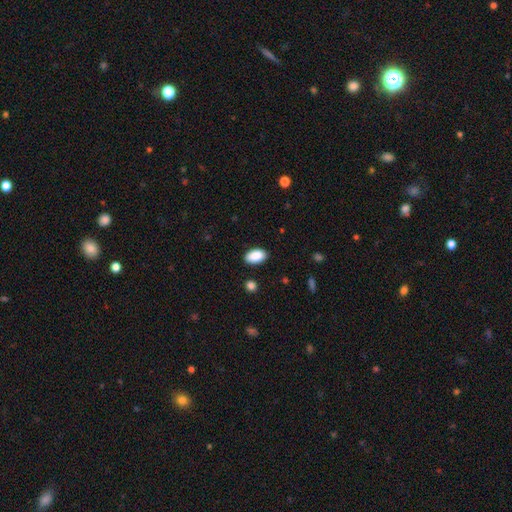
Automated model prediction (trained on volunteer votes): A smooth galaxy with no disk features (90%) that is in between round and cigar-shaped (94%).

Vote fractions:
- Smooth or featured? smooth: 90% / star or artifact: 7% / featured or disk: 4%
- How rounded? in between: 94% / round: 4% / cigar-shaped: 2%
- Merging? none: 87% / minor disturbance: 9% / major disturbance: 2% / merger: 1%